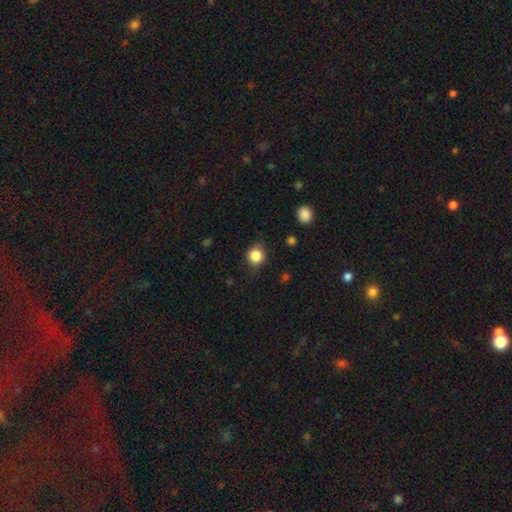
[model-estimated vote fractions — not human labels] smooth_or_featured: smooth (p=0.84) [alt: star or artifact p=0.10]
how_rounded: round (p=0.83) [alt: in between p=0.16]
merging: none (p=0.78) [alt: minor disturbance p=0.16]